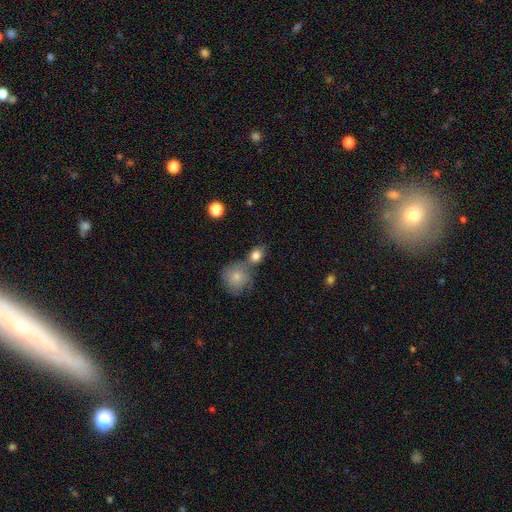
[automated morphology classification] type=smooth (81%); roundness=in between (50%); merging=none (49%).